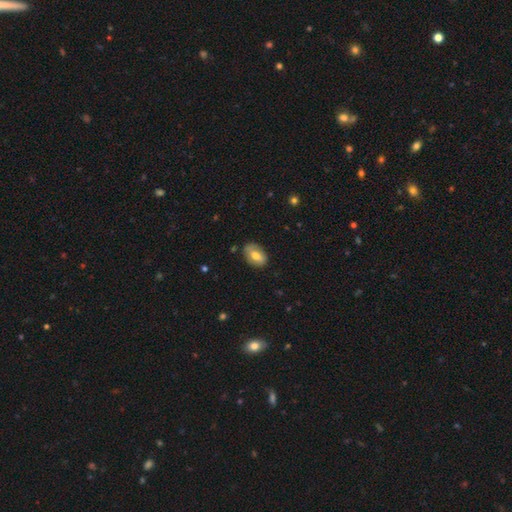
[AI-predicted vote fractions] smooth 63%, featured or disk 30%, star or artifact 7%. Down the decision tree: how rounded — in between (85%); merging — none (80%).